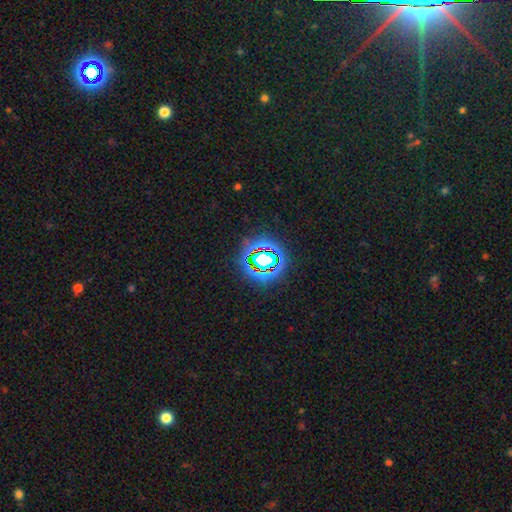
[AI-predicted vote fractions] Overall: star or artifact (76%).